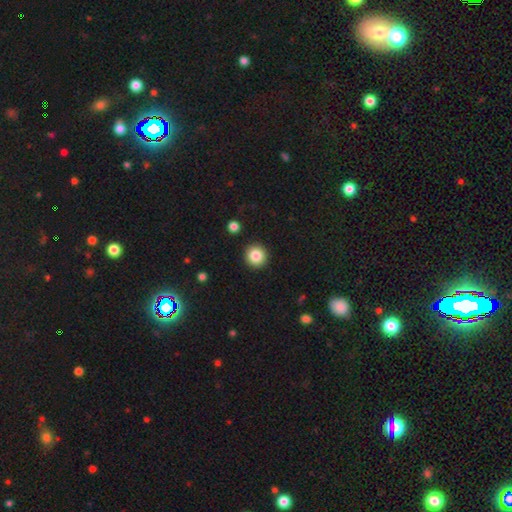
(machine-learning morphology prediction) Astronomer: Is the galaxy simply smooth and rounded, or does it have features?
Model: smooth — 85%.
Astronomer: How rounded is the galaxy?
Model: round — 94%.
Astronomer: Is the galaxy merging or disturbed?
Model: none — 92%.